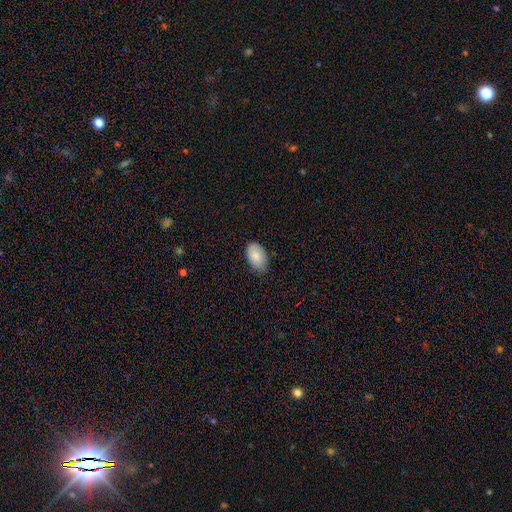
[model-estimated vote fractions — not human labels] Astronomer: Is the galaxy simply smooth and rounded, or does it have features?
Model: smooth — 84%.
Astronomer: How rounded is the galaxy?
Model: in between — 92%.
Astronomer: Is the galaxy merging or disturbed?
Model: none — 76%.